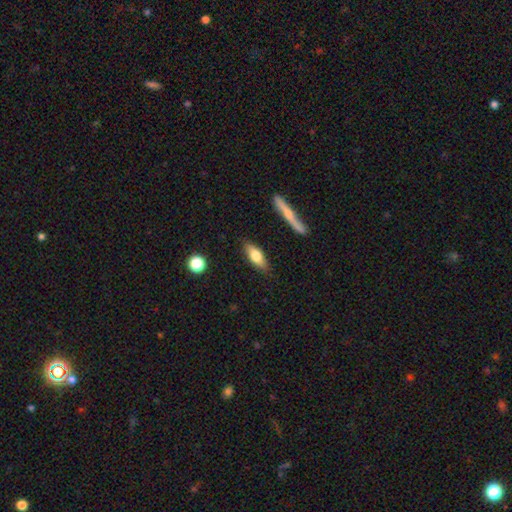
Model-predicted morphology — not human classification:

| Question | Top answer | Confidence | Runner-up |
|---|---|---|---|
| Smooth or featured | smooth | 70% | featured or disk (23%) |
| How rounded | in between | 69% | cigar-shaped (28%) |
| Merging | none | 84% | minor disturbance (11%) |